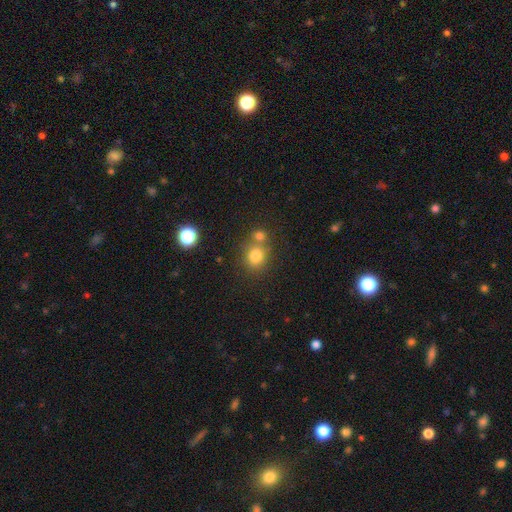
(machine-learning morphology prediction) Smooth or featured? Predicted: smooth (p=0.78). How rounded? Predicted: round (p=0.81). Merging? Predicted: none (p=0.60).